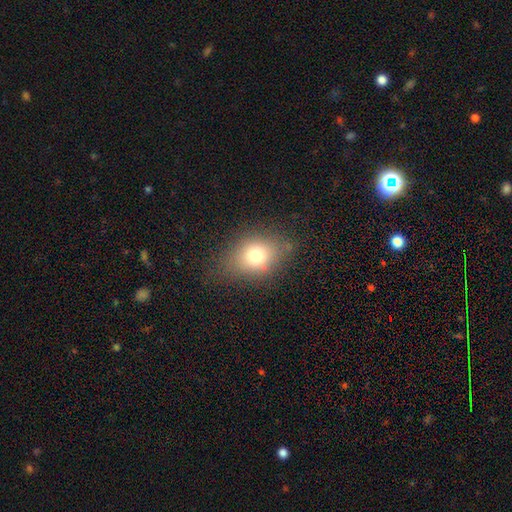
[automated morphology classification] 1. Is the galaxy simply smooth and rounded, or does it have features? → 72% smooth, 15% featured or disk, 14% star or artifact.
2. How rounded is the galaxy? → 57% in between, 41% round, 2% cigar-shaped.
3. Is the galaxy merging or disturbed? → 72% none, 19% minor disturbance, 8% major disturbance, 2% merger.